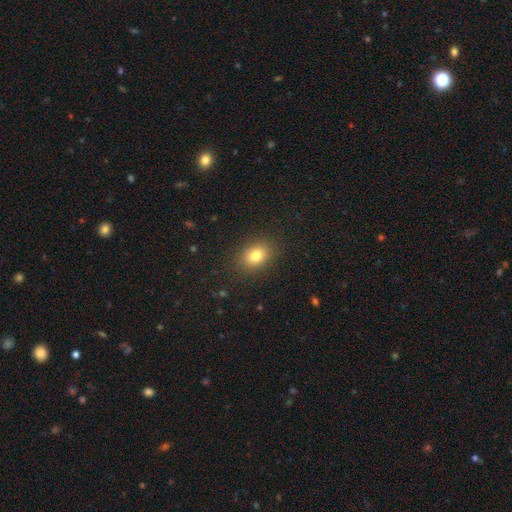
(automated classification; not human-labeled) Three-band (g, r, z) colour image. It shows a smooth galaxy with no disk features (81%) that is in between round and cigar-shaped (67%). Merging: none (87%).